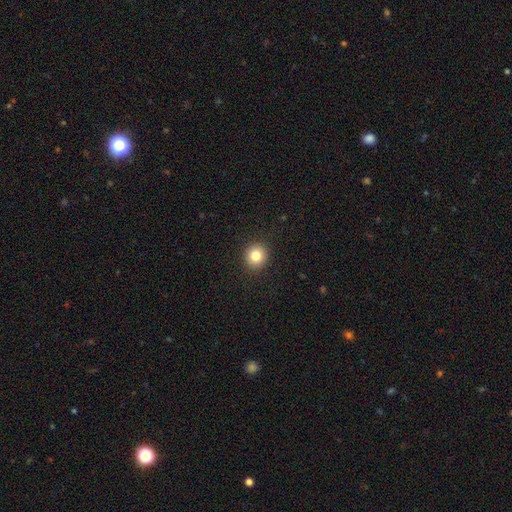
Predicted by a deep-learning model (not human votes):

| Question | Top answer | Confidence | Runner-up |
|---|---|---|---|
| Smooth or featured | smooth | 82% | star or artifact (11%) |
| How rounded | round | 89% | in between (10%) |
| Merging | none | 92% | minor disturbance (5%) |